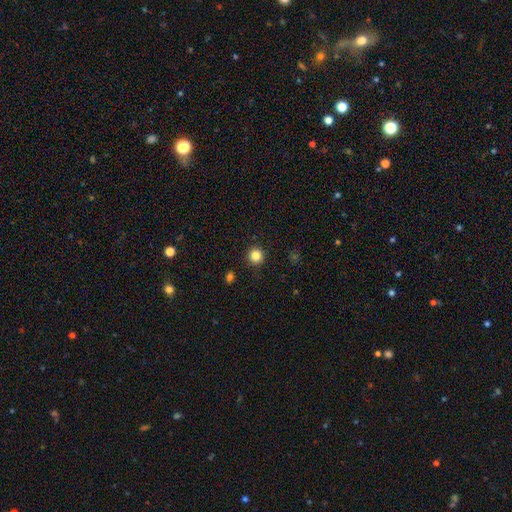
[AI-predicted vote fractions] smooth 83%, star or artifact 12%, featured or disk 5%. Down the decision tree: how rounded — round (95%); merging — none (92%).